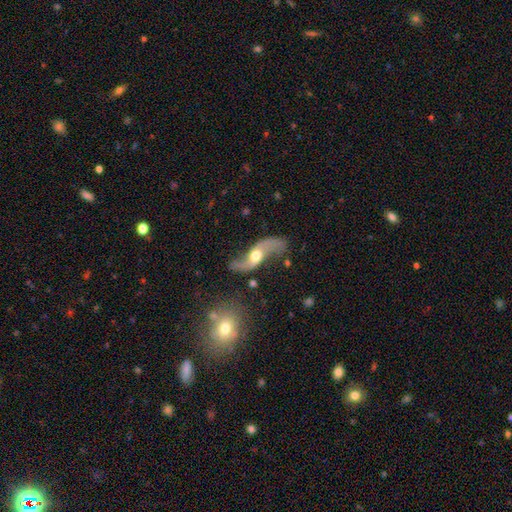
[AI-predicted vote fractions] This is clearly a featured or disk galaxy (83%). It is clearly not viewed edge-on (90%). Bar: possibly no (57%). Spiral arm pattern: clearly yes (93%). Spiral arm count: clearly 2 (93%). Spiral winding: clearly loose (90%). Central bulge: likely moderate (68%). Merging: possibly none (60%).